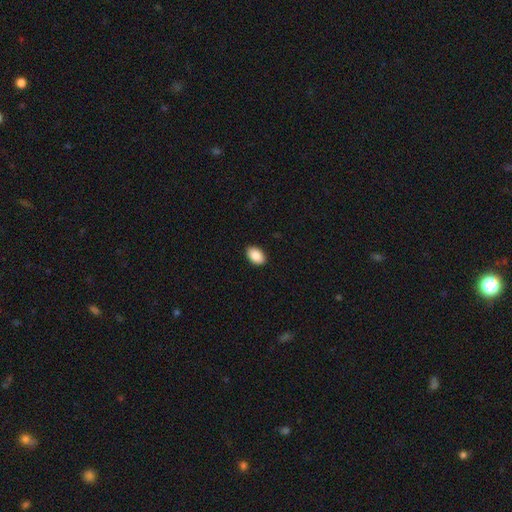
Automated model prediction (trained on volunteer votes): Smooth or featured? smooth (89%)
How rounded? in between (89%)
Merging? none (91%)